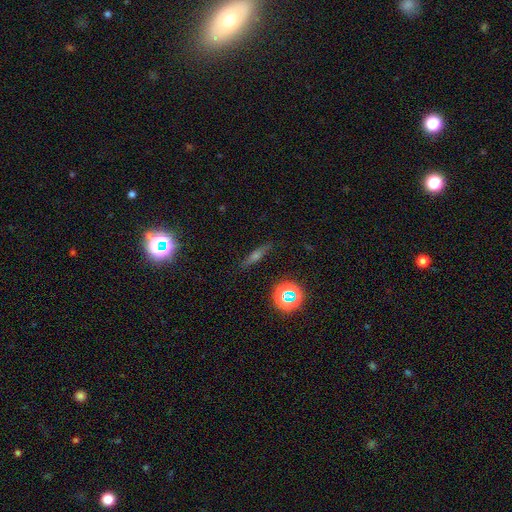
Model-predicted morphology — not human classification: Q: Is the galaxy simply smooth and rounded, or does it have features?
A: smooth — 41%.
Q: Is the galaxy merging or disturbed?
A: none — 88%.